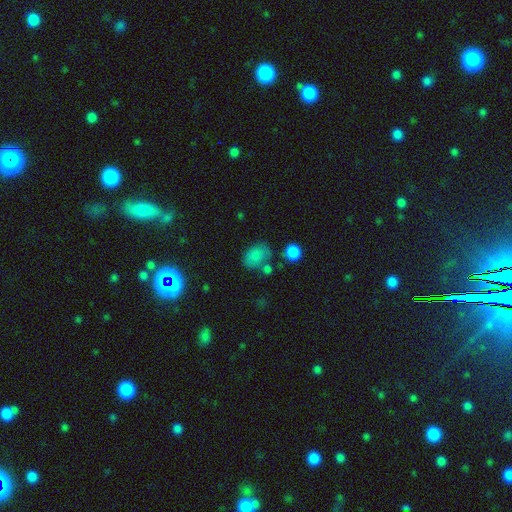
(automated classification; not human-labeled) smooth_or_featured: smooth (p=0.78) [alt: star or artifact p=0.13]
how_rounded: in between (p=0.70) [alt: round p=0.28]
merging: none (p=0.53) [alt: minor disturbance p=0.23]